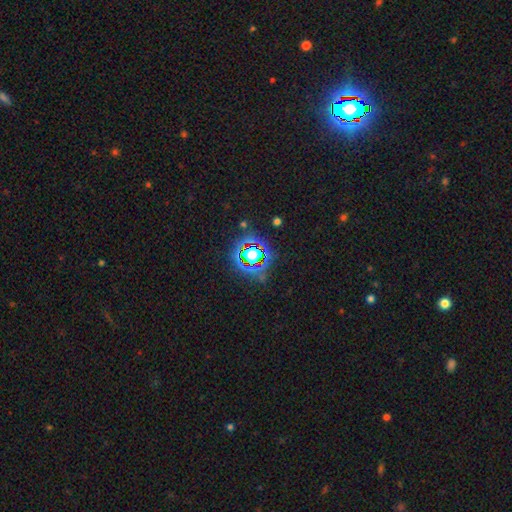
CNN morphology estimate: A star or artifact, not a galaxy (71%).